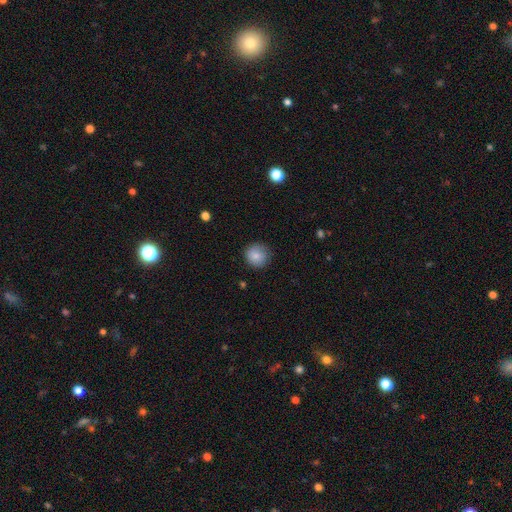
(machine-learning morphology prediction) A smooth galaxy with no disk features (84%) that is round (92%). Merging: none (84%).